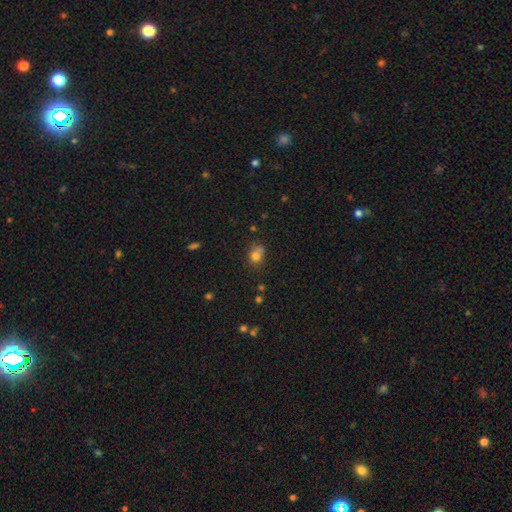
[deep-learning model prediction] Smooth or featured: smooth — 75% (star or artifact — 14%)
How rounded: round — 53% (in between — 46%)
Merging: none — 47% (minor disturbance — 23%)